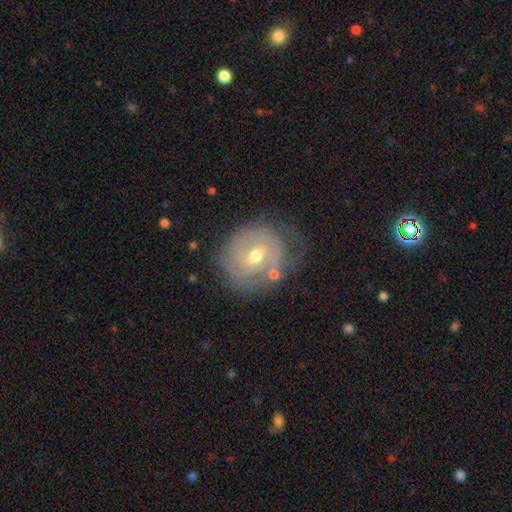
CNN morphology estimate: A featured or disk galaxy (80%) with a weak bar (55%), tight (72%) spiral arms (87%) and a moderate central bulge (64%).

Vote fractions:
- Smooth or featured? featured or disk: 80% / smooth: 14% / star or artifact: 6%
- Edge-on disk? no: 97% / yes: 3%
- Bar? weak: 55% / no: 27% / strong: 17%
- Spiral arms? yes: 87% / no: 13%
- Spiral winding? tight: 72% / medium: 21% / loose: 7%
- Spiral arm count? can't tell: 39% / 2: 32% / 3: 15% / 4: 6% / 1: 5% / more than 4: 4%
- Bulge size? moderate: 64% / small: 32% / large: 2% / none: 1% / dominant: 1%
- Merging? none: 68% / minor disturbance: 20% / major disturbance: 9% / merger: 4%